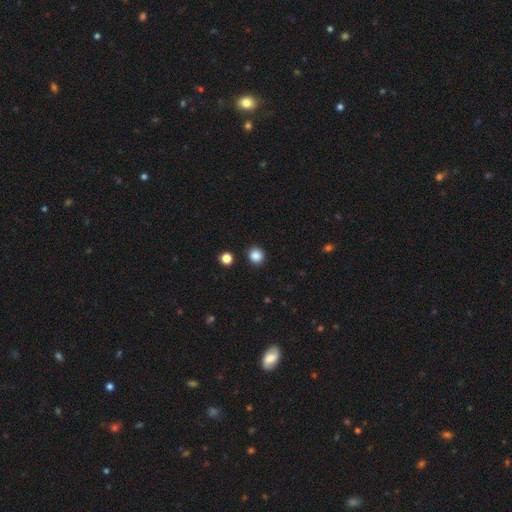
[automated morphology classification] Smooth or featured: smooth — 86% (star or artifact — 11%)
How rounded: round — 92% (in between — 7%)
Merging: none — 91% (minor disturbance — 5%)